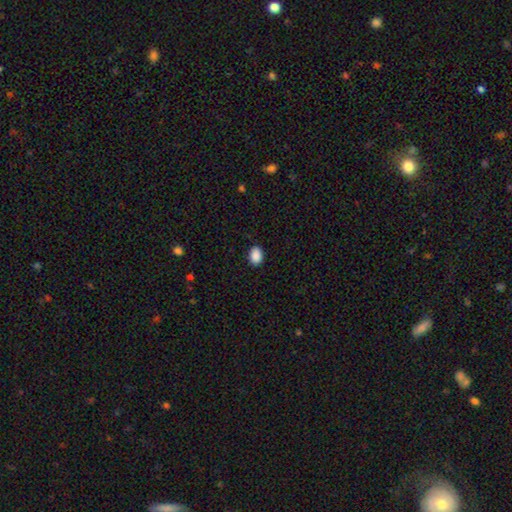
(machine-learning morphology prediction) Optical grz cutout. It shows a smooth galaxy with no disk features (90%) that is in between round and cigar-shaped (77%). Merging: none (89%).